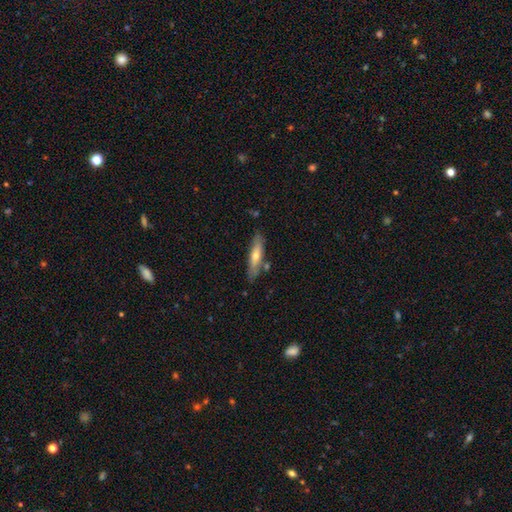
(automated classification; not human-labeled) smooth_or_featured: smooth (p=0.54) [alt: featured or disk p=0.40]
how_rounded: cigar-shaped (p=0.77) [alt: in between p=0.21]
merging: none (p=0.76) [alt: minor disturbance p=0.15]